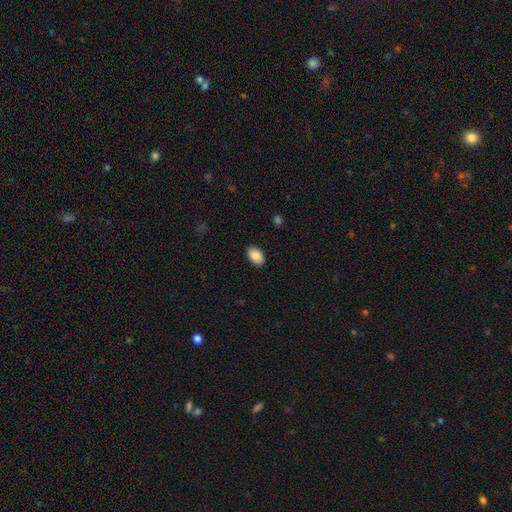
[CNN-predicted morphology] Overall: smooth (88%). How rounded: in between (91%). Merging: none (90%).